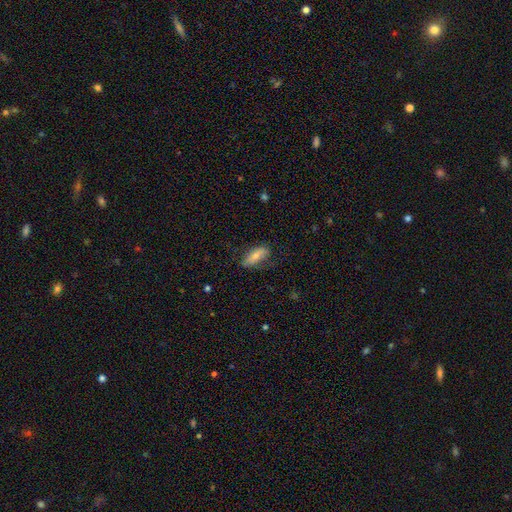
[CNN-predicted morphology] This is likely a smooth galaxy (67%). How rounded: likely in between (74%). Merging: likely none (73%).